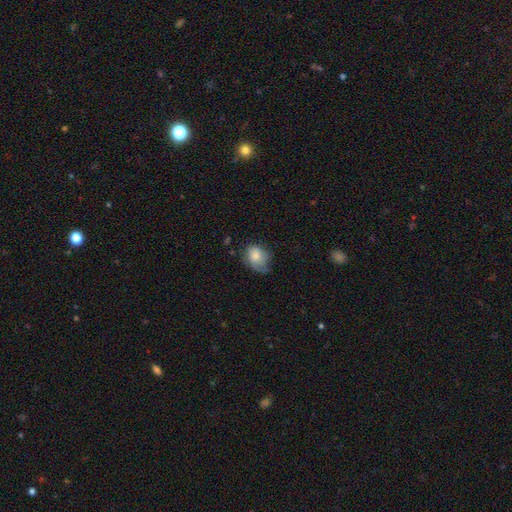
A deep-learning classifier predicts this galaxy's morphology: A smooth galaxy with no disk features (72%) that is in between round and cigar-shaped (55%).

Vote fractions:
- Smooth or featured? smooth: 72% / featured or disk: 20% / star or artifact: 8%
- How rounded? in between: 55% / round: 44% / cigar-shaped: 1%
- Merging? none: 45% / minor disturbance: 36% / major disturbance: 17% / merger: 2%